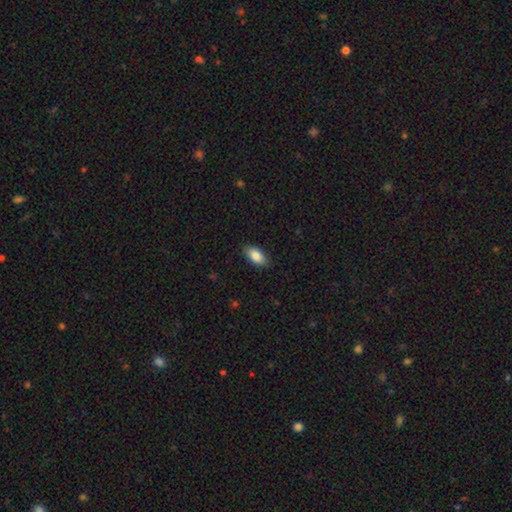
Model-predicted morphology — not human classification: smooth_or_featured: smooth (p=0.87) [alt: featured or disk p=0.07]
how_rounded: in between (p=0.92) [alt: cigar-shaped p=0.05]
merging: none (p=0.87) [alt: minor disturbance p=0.10]